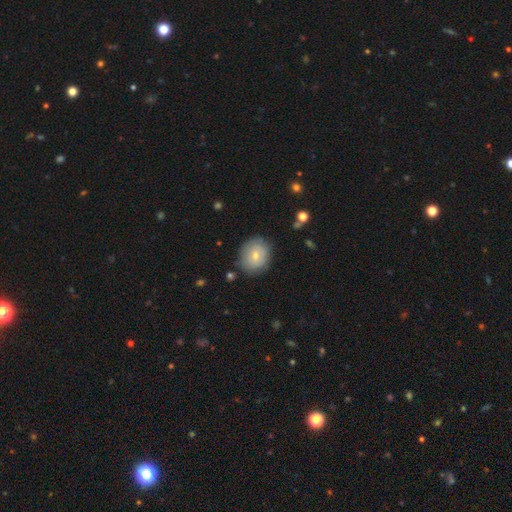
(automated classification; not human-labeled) Smooth or featured?
  - smooth: 61% *
  - featured or disk: 32%
  - star or artifact: 8%
How rounded?
  - round: 69% *
  - in between: 30%
  - cigar-shaped: 1%
Merging?
  - none: 78% *
  - minor disturbance: 16%
  - major disturbance: 4%
  - merger: 2%